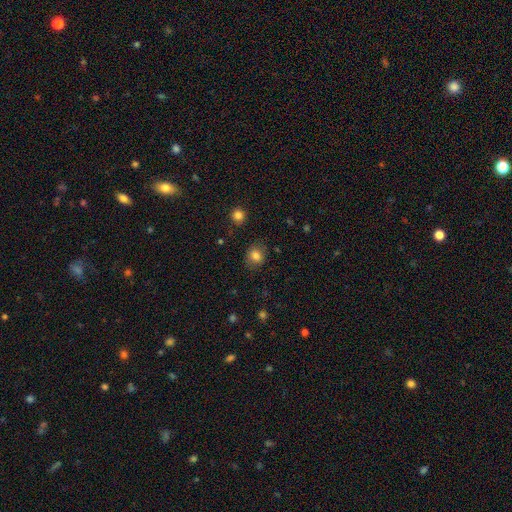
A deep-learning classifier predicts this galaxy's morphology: This is clearly a smooth galaxy (81%). How rounded: likely round (70%). Merging: likely none (80%).